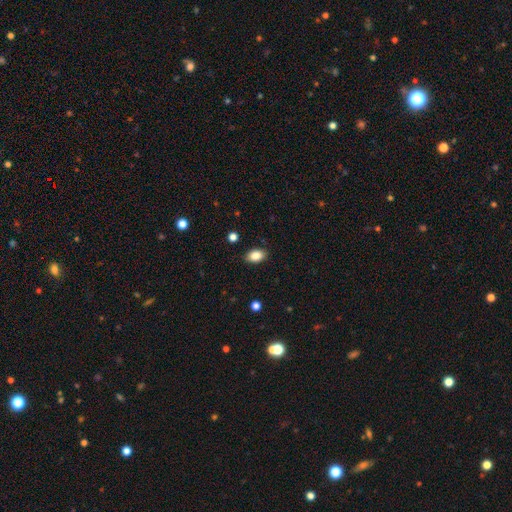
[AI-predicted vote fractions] The model was most divided on "how rounded": in between: 87%, round: 11%, cigar-shaped: 1%. More confident: merging — none (87%); smooth or featured — smooth (87%).